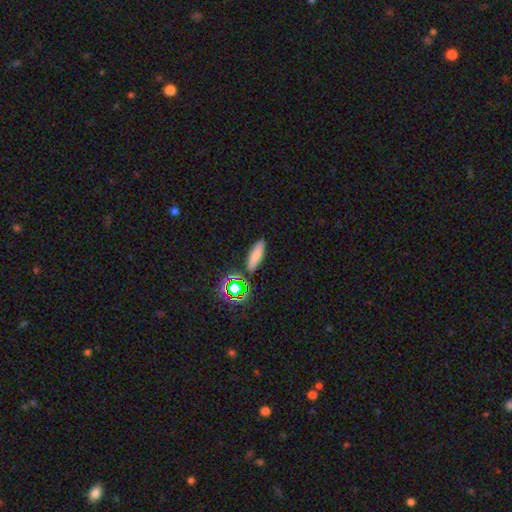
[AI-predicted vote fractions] This is likely a smooth galaxy (74%). How rounded: possibly cigar-shaped (50%). Merging: clearly none (84%).